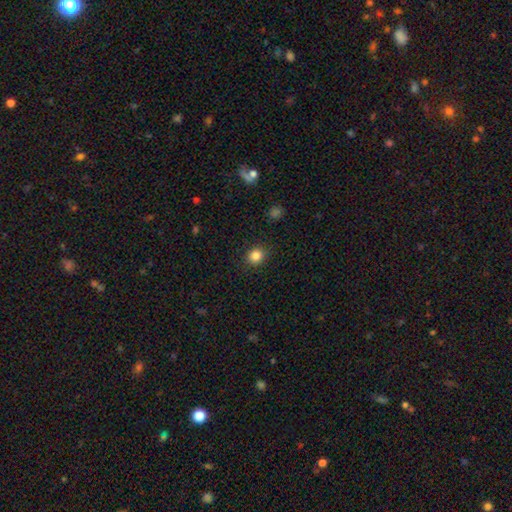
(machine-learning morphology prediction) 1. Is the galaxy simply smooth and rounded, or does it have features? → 85% smooth, 11% star or artifact, 4% featured or disk.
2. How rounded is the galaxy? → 75% round, 24% in between, 1% cigar-shaped.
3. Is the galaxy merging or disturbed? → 88% none, 8% minor disturbance, 3% major disturbance, 1% merger.